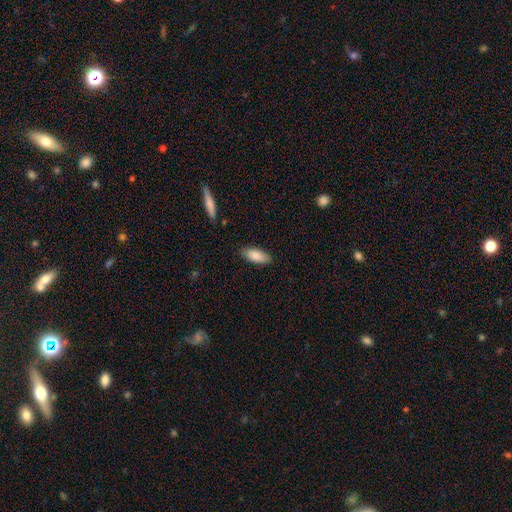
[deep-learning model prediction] This is clearly a smooth galaxy (86%). How rounded: clearly in between (82%). Merging: clearly none (85%).